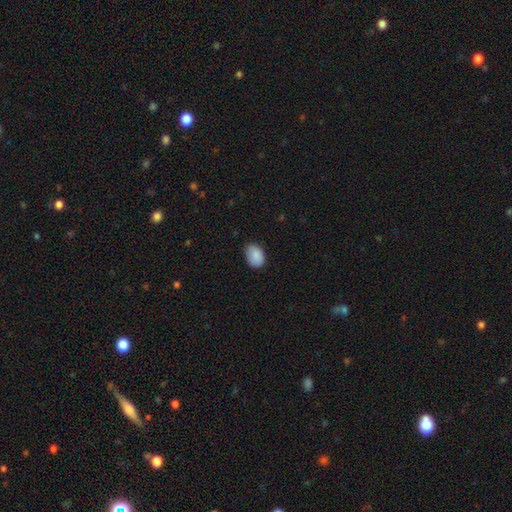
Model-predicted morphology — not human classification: The model was most divided on "merging": none: 74%, minor disturbance: 22%, major disturbance: 3%, merger: 1%. More confident: smooth or featured — smooth (89%); how rounded — in between (80%).